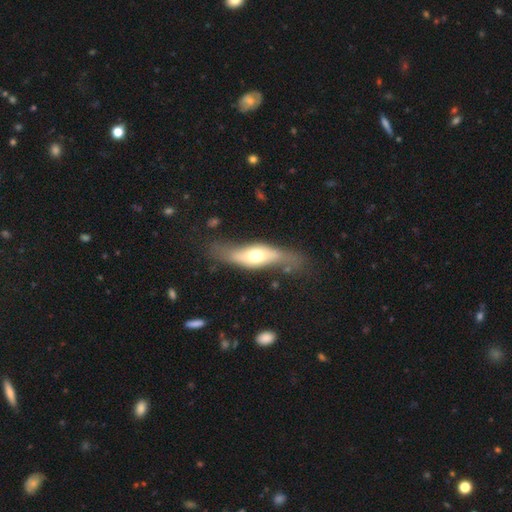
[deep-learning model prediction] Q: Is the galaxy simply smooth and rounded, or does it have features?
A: featured or disk — 51%.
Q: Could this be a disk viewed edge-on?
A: yes — 52%.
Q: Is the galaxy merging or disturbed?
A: none — 59%.